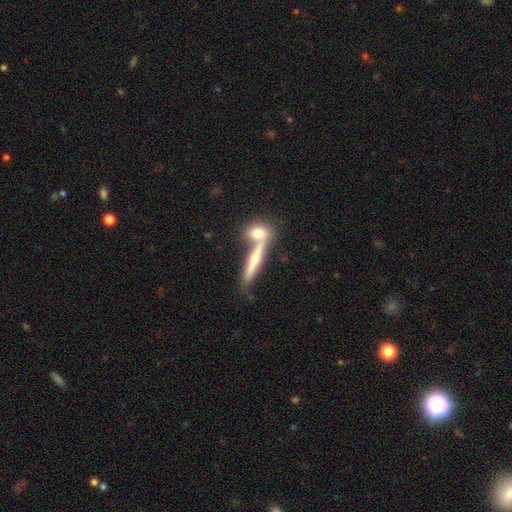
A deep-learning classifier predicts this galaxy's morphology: Overall: smooth (49%; featured or disk 41%). Merging: none (48%; merger 37%).